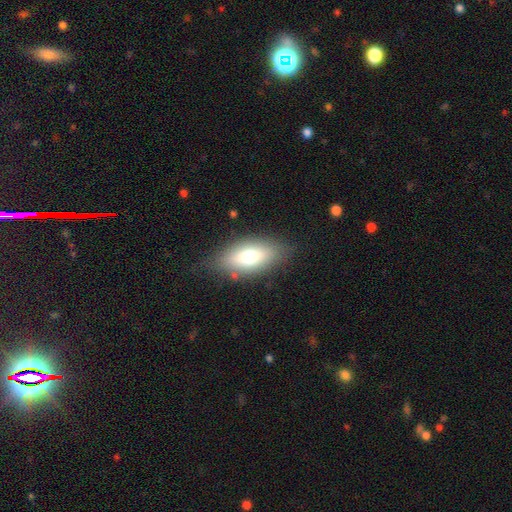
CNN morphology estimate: Smooth or featured? smooth (71%)
How rounded? in between (85%)
Merging? none (78%)